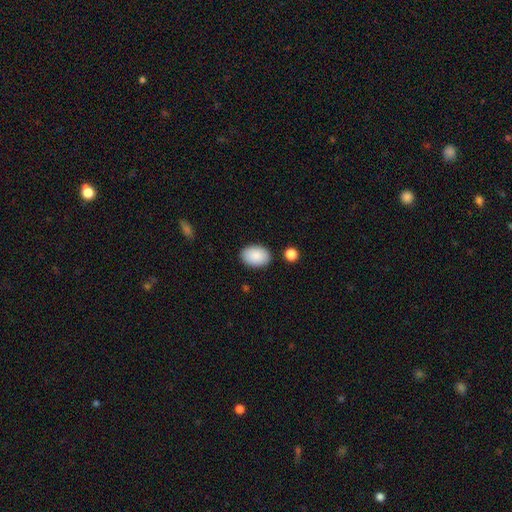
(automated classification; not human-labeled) Smooth or featured? smooth (89%)
How rounded? in between (87%)
Merging? none (86%)